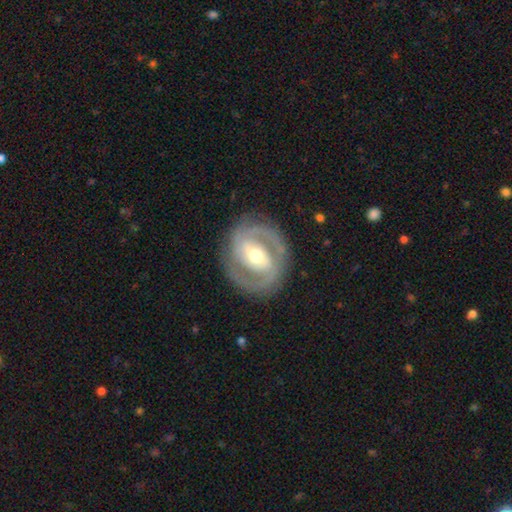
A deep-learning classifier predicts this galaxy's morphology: Overall: featured or disk (85%). Edge-on disk: no (97%). Bar: weak (41%; strong 33%). Spiral arms: yes (89%). Spiral arm count: 2 (84%). Spiral winding: tight (50%; medium 40%). Bulge size: moderate (71%). Merging: none (82%).